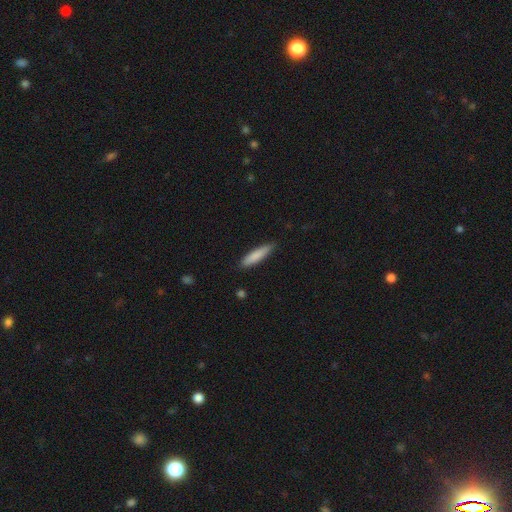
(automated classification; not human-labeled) Smooth or featured? Predicted: smooth (p=0.83). How rounded? Predicted: cigar-shaped (p=0.82). Merging? Predicted: none (p=0.84).